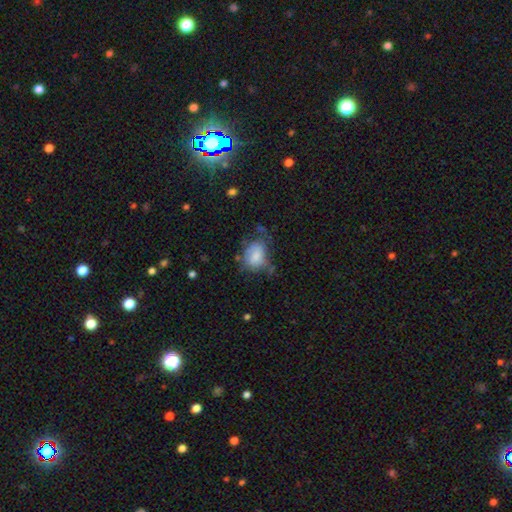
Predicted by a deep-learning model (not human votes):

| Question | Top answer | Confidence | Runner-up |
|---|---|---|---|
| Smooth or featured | smooth | 70% | featured or disk (21%) |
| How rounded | in between | 66% | round (32%) |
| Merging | none | 37% | minor disturbance (34%) |